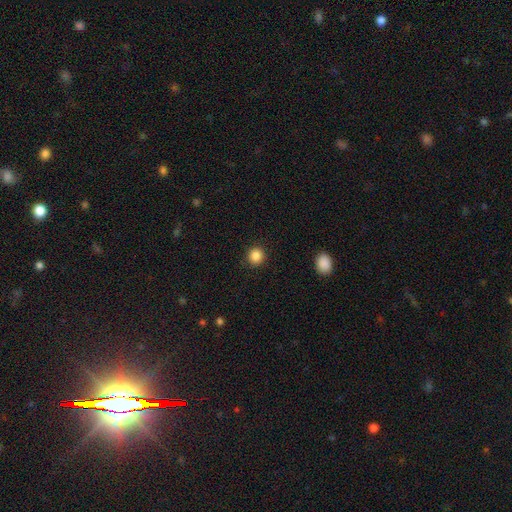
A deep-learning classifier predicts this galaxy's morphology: type=smooth (86%); roundness=round (92%); merging=none (92%).